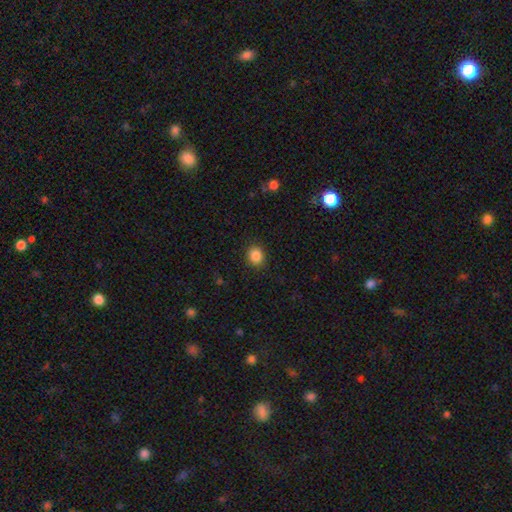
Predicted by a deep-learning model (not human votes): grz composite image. It shows a smooth galaxy with no disk features (86%) that is round (73%). Merging: none (89%).